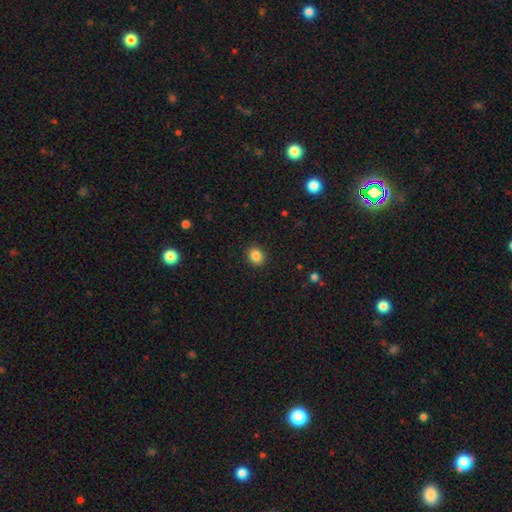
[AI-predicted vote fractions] A smooth galaxy with no disk features (86%) that is round (74%). Merging: none (91%).